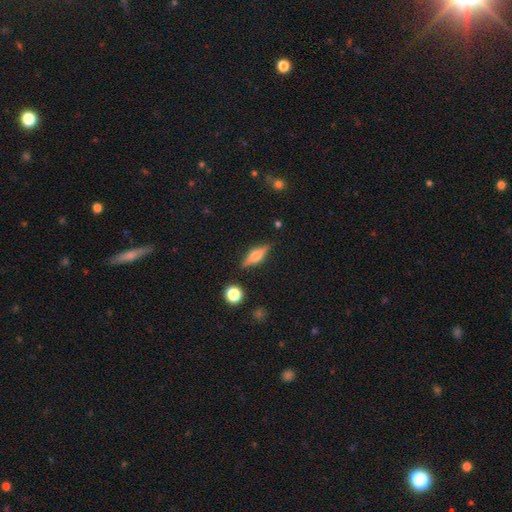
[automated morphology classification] smooth_or_featured: featured or disk (p=0.60) [alt: smooth p=0.32]
disk_edge_on: yes (p=0.95) [alt: no p=0.05]
edge_on_bulge: rounded (p=0.90) [alt: boxy p=0.08]
merging: none (p=0.86) [alt: minor disturbance p=0.10]